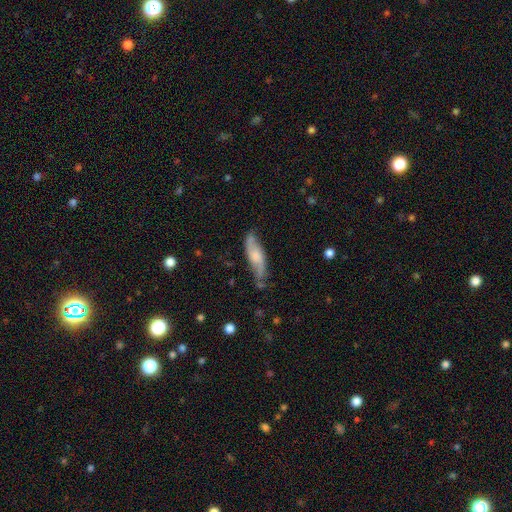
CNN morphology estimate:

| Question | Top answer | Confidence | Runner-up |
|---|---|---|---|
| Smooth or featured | featured or disk | 54% | smooth (40%) |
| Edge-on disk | no | 67% | yes (33%) |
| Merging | none | 69% | minor disturbance (23%) |